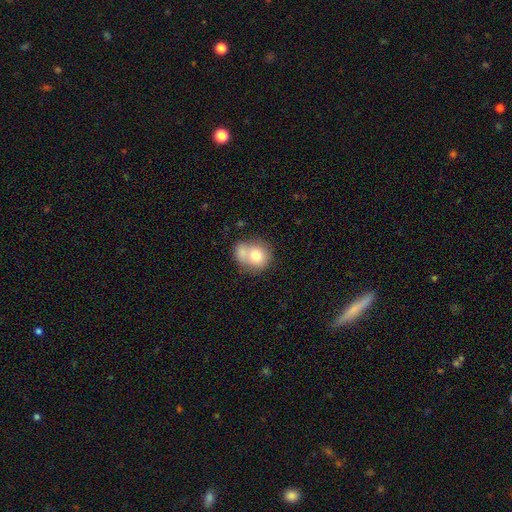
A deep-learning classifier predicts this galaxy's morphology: The model was most divided on "merging": merger: 52%, none: 31%, minor disturbance: 12%, major disturbance: 5%. More confident: how rounded — round (75%); smooth or featured — smooth (73%).